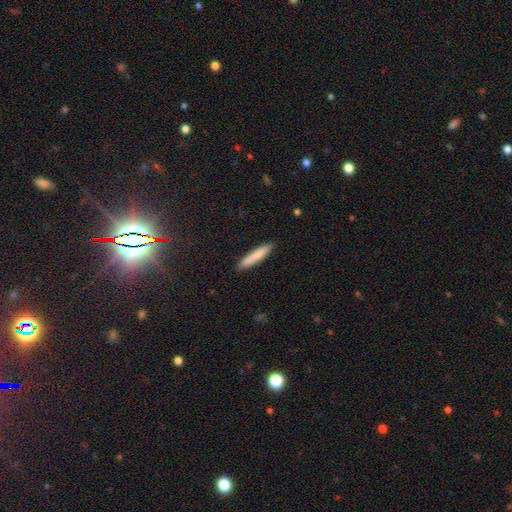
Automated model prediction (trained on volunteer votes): Smooth or featured? smooth (81%)
How rounded? cigar-shaped (92%)
Merging? none (90%)